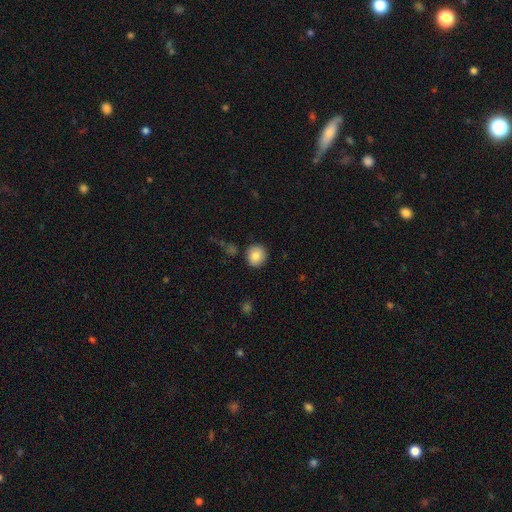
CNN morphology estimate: smooth 86%, star or artifact 8%, featured or disk 6%. Down the decision tree: how rounded — round (92%); merging — none (88%).